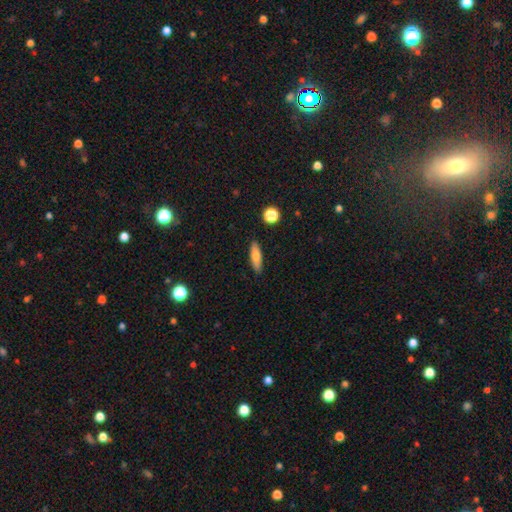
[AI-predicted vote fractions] Morphology: type=smooth (73%); roundness=cigar-shaped (57%); merging=none (88%).